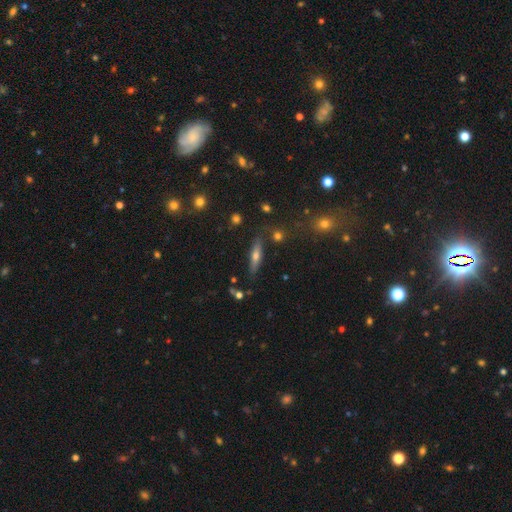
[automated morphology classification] A smooth galaxy with no disk features (46%). Merging: none (81%).